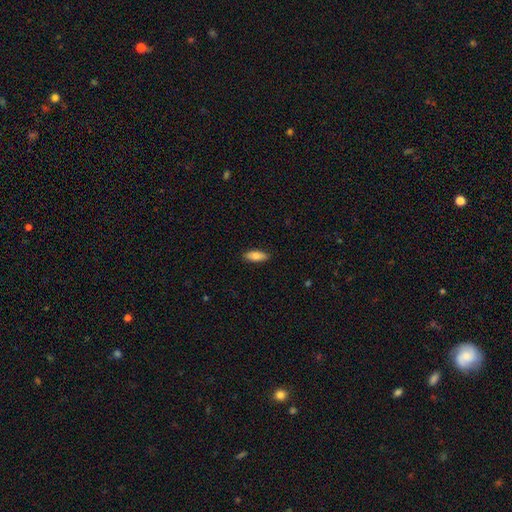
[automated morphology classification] Smooth or featured? Predicted: smooth (p=0.80). How rounded? Predicted: in between (p=0.76). Merging? Predicted: none (p=0.89).